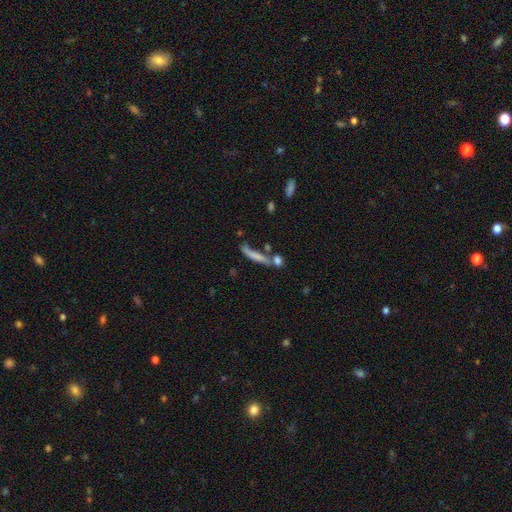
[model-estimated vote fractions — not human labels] A smooth galaxy with no disk features (65%) that is cigar-shaped (87%).

Vote fractions:
- Smooth or featured? smooth: 65% / featured or disk: 27% / star or artifact: 8%
- How rounded? cigar-shaped: 87% / in between: 10% / round: 3%
- Merging? none: 51% / merger: 22% / minor disturbance: 17% / major disturbance: 9%